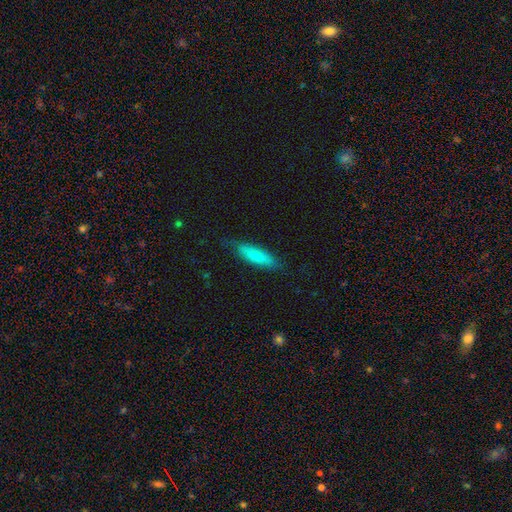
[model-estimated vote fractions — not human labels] Smooth or featured? Predicted: smooth (p=0.77). How rounded? Predicted: cigar-shaped (p=0.59). Merging? Predicted: none (p=0.77).